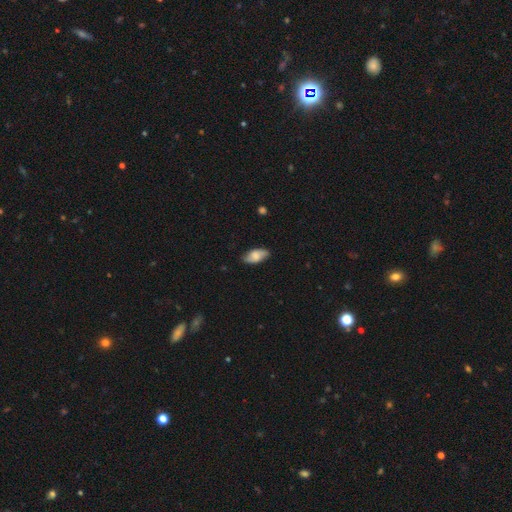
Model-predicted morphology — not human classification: Smooth or featured? Predicted: smooth (p=0.64). How rounded? Predicted: in between (p=0.91). Merging? Predicted: none (p=0.80).